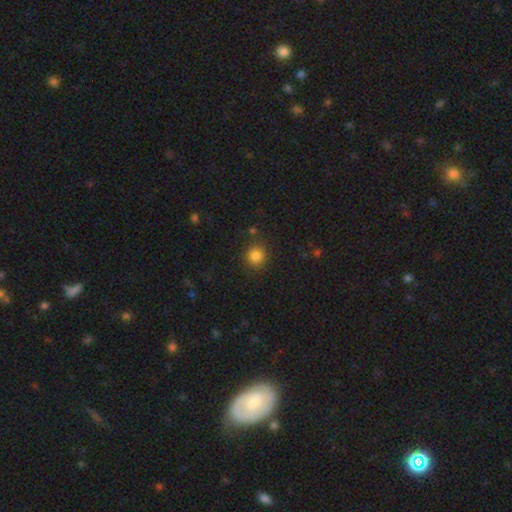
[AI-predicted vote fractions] Morphology: type=smooth (84%); roundness=round (90%); merging=none (86%).